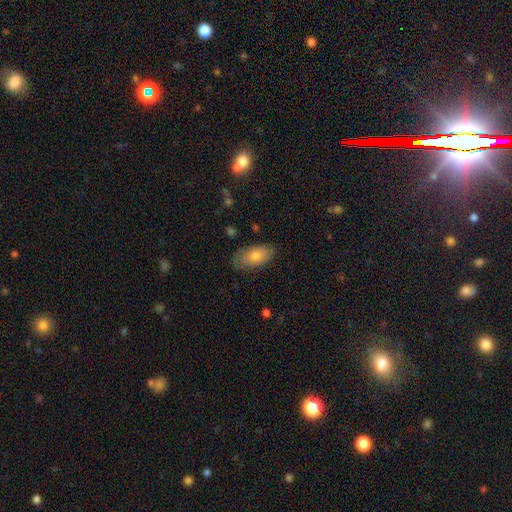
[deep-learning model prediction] Morphology: type=smooth (77%); roundness=in between (92%); merging=none (79%).